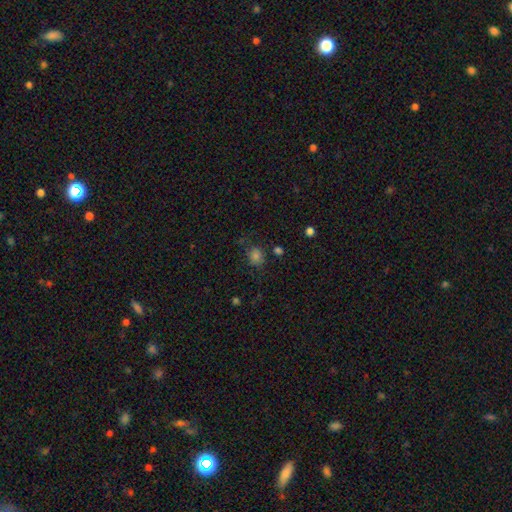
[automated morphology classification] smooth-or-featured: smooth: 75% | star or artifact: 19% | featured or disk: 6%
  how-rounded: round: 68% | in between: 31% | cigar-shaped: 1%
  merging: none: 74% | minor disturbance: 16% | major disturbance: 6% | merger: 4%